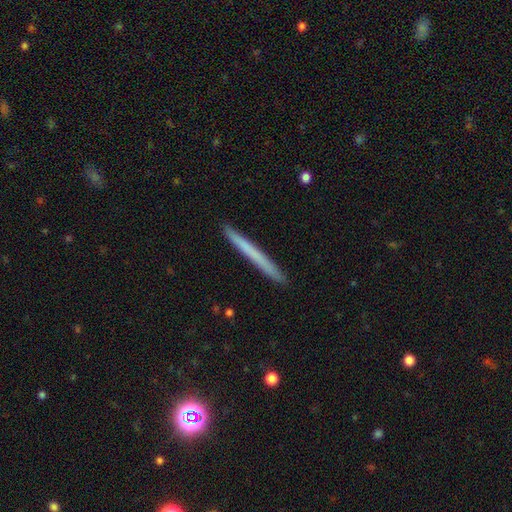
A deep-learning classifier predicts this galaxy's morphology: type=smooth (59%); roundness=cigar-shaped (97%); merging=none (92%).